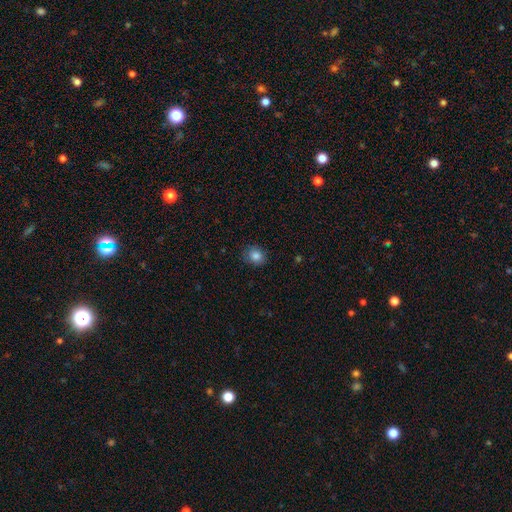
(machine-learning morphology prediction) Smooth or featured? smooth (84%)
How rounded? round (68%)
Merging? none (85%)